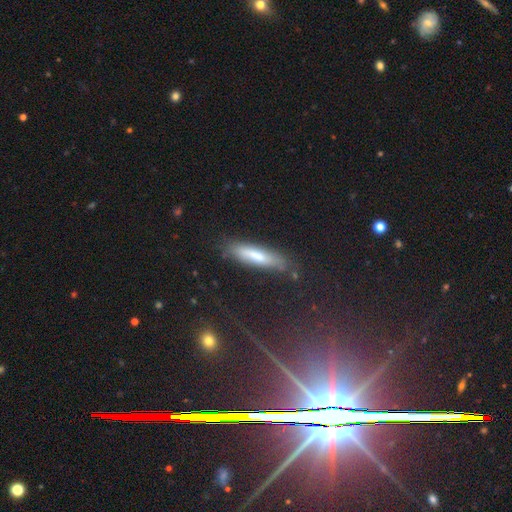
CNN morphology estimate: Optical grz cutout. It shows a smooth galaxy with no disk features (60%) that is cigar-shaped (79%). Merging: none (79%).